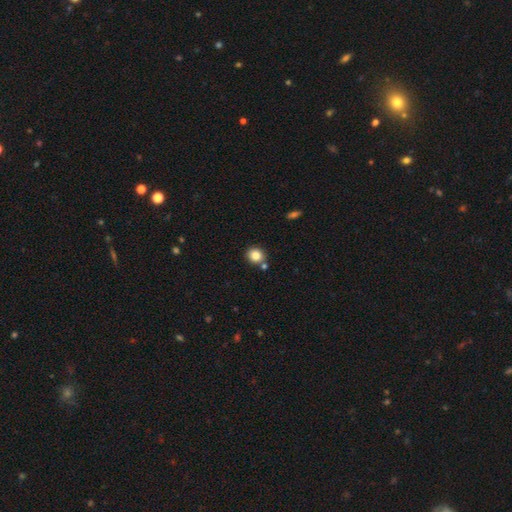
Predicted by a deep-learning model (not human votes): A smooth galaxy with no disk features (83%) that is round (85%). Merging: none (79%).